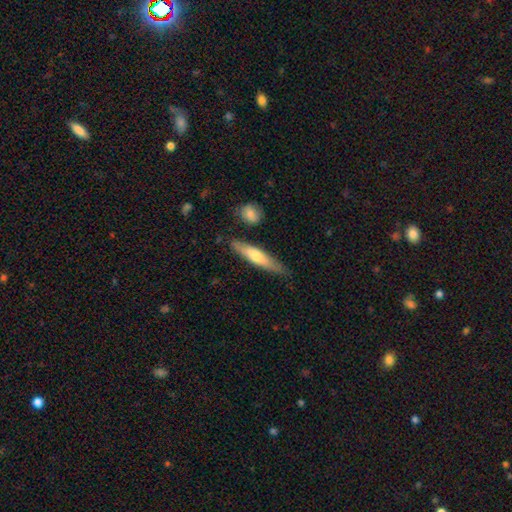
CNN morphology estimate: smooth-or-featured: smooth: 55% | featured or disk: 39% | star or artifact: 5%
  how-rounded: cigar-shaped: 86% | in between: 12% | round: 2%
  merging: none: 81% | minor disturbance: 13% | merger: 3% | major disturbance: 3%